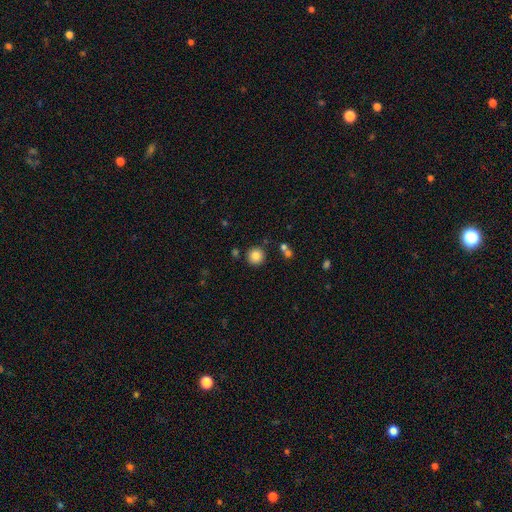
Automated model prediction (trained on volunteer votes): Smooth or featured?
  - smooth: 84% *
  - star or artifact: 10%
  - featured or disk: 5%
How rounded?
  - round: 94% *
  - in between: 5%
  - cigar-shaped: 1%
Merging?
  - none: 85% *
  - minor disturbance: 7%
  - merger: 6%
  - major disturbance: 2%